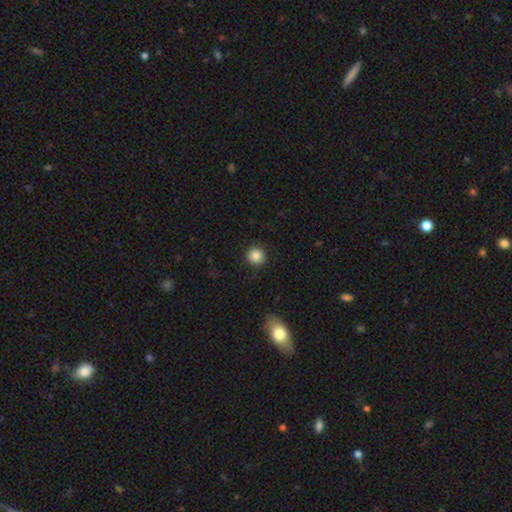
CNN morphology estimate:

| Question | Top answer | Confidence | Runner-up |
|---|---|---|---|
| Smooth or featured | smooth | 86% | star or artifact (10%) |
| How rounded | round | 93% | in between (6%) |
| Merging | none | 90% | minor disturbance (6%) |